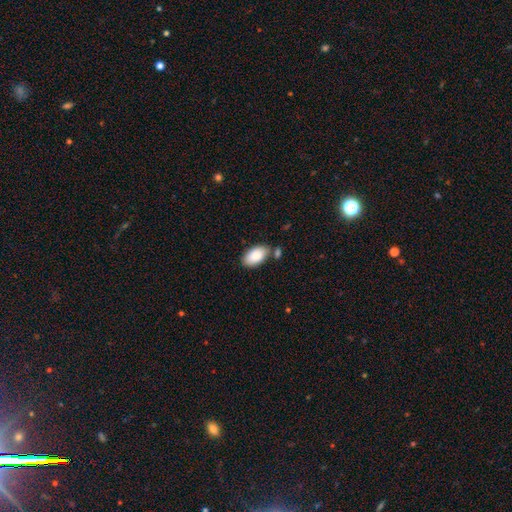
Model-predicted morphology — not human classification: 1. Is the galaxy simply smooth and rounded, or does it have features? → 88% smooth, 6% star or artifact, 6% featured or disk.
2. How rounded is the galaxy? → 95% in between, 3% round, 2% cigar-shaped.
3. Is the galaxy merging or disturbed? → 70% none, 15% minor disturbance, 12% merger, 3% major disturbance.